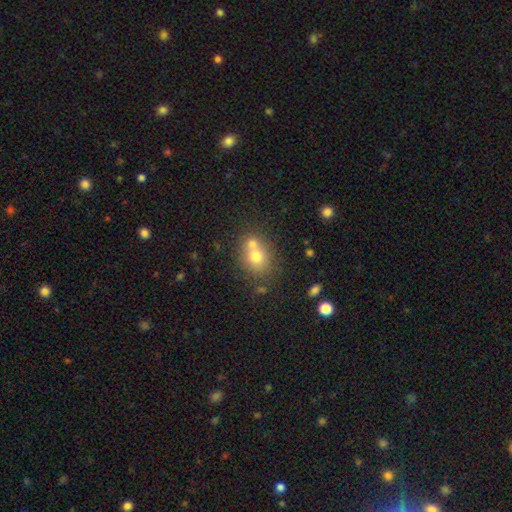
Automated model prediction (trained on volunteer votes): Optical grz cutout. It shows a smooth galaxy with no disk features (70%) that is round (62%). Merging: merger (44%).